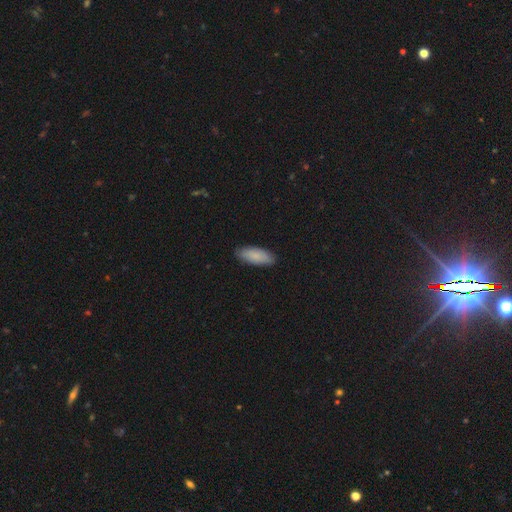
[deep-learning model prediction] Q: Smooth or featured?
A: smooth (86%); runner-up: featured or disk (9%)
Q: How rounded?
A: in between (80%); runner-up: cigar-shaped (19%)
Q: Merging?
A: none (86%); runner-up: minor disturbance (11%)